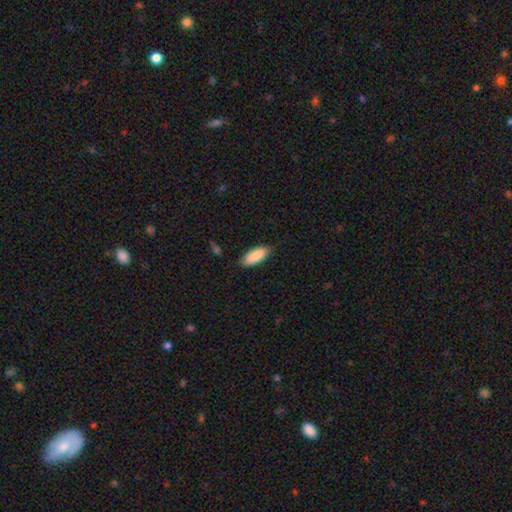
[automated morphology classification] Smooth or featured: smooth — 88% (featured or disk — 6%)
How rounded: in between — 81% (cigar-shaped — 17%)
Merging: none — 84% (minor disturbance — 13%)